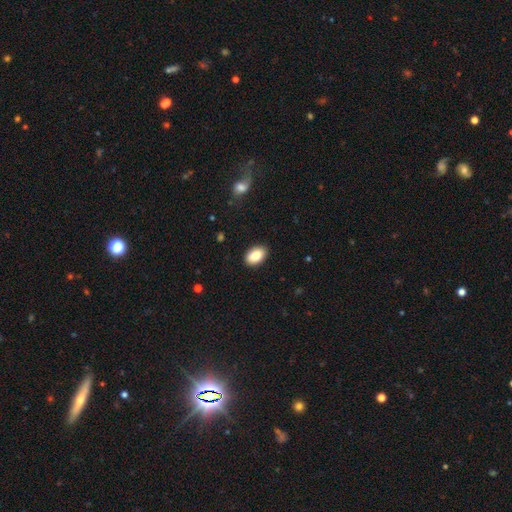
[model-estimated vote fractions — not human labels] Overall: smooth (85%). How rounded: in between (90%). Merging: none (90%).